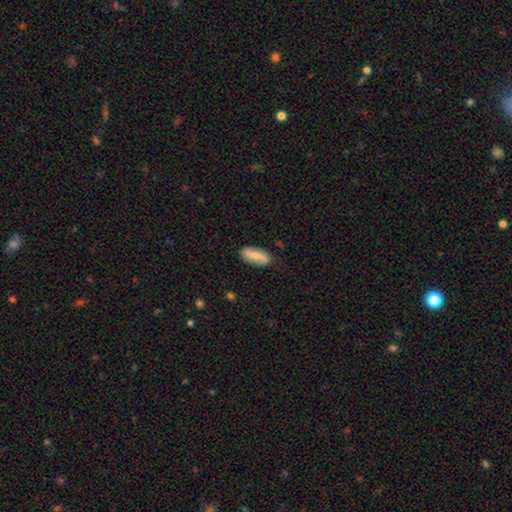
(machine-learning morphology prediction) This appears to be a smooth galaxy with no disk features (59%) that is in between round and cigar-shaped (78%). Merging: none (82%).